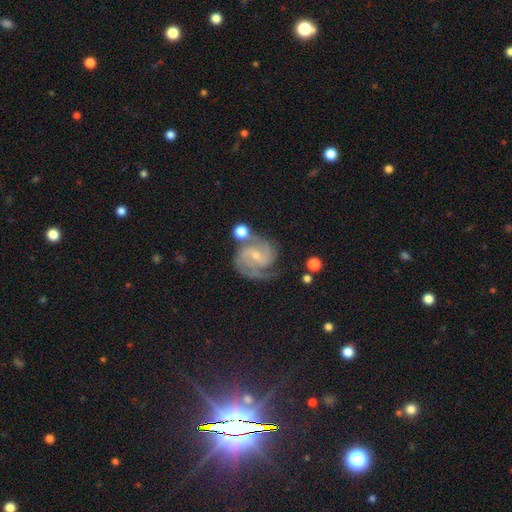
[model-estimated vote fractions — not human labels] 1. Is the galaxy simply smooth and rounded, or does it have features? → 88% featured or disk, 7% smooth, 5% star or artifact.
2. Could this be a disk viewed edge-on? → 98% no, 2% yes.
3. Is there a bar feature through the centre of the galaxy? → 47% weak, 40% no, 13% strong.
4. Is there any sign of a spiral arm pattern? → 98% yes, 2% no.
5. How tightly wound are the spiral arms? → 46% tight, 45% medium, 9% loose.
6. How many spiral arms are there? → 46% 2, 31% 3, 10% can't tell, 5% 4, 4% 1, 4% more than 4.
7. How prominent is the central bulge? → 65% small, 31% moderate, 2% none, 1% large, 1% dominant.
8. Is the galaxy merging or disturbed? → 62% none, 19% minor disturbance, 10% merger, 9% major disturbance.